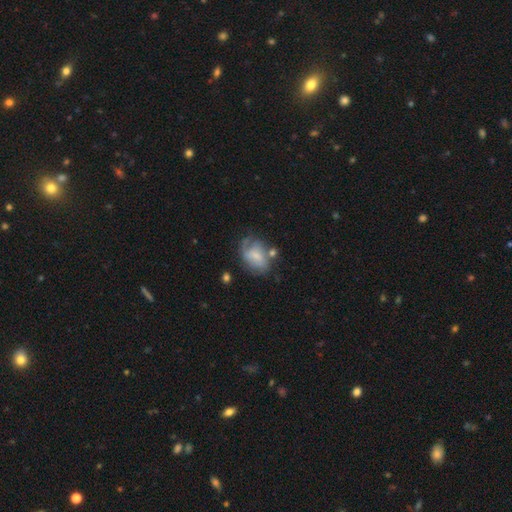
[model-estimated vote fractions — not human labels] Smooth or featured: featured or disk — 54% (smooth — 38%)
Edge-on disk: no — 97% (yes — 3%)
Bar: no — 45% (weak — 44%)
Spiral arms: yes — 75% (no — 25%)
Bulge size: small — 52% (moderate — 26%)
Merging: none — 47% (minor disturbance — 26%)